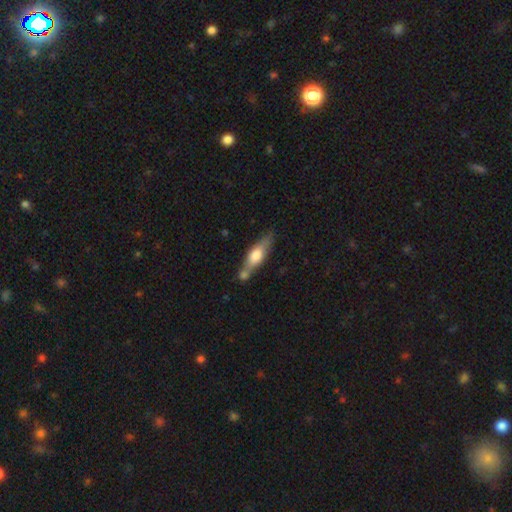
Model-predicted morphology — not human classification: A smooth galaxy with no disk features (50%) that is cigar-shaped (60%).

Vote fractions:
- Smooth or featured? smooth: 50% / featured or disk: 44% / star or artifact: 6%
- How rounded? cigar-shaped: 60% / in between: 37% / round: 3%
- Merging? none: 56% / merger: 24% / minor disturbance: 16% / major disturbance: 4%